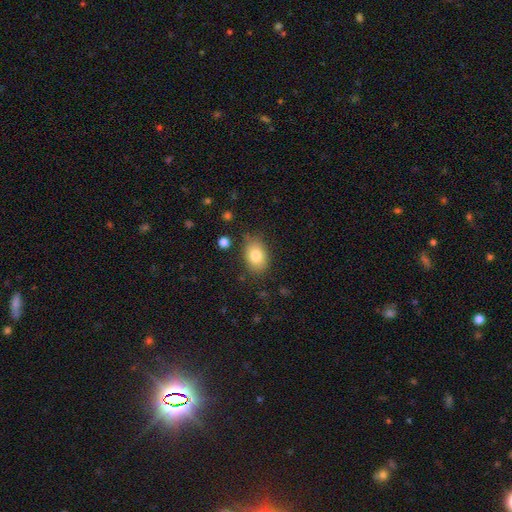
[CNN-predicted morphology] Q: Smooth or featured?
A: smooth (82%); runner-up: featured or disk (10%)
Q: How rounded?
A: in between (81%); runner-up: round (18%)
Q: Merging?
A: none (81%); runner-up: minor disturbance (14%)